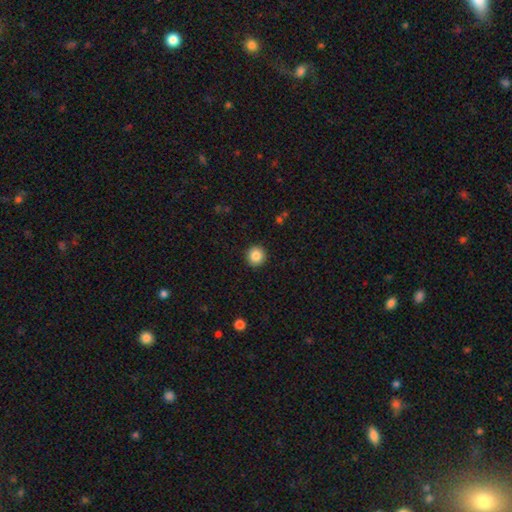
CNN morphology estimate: The model was most divided on "smooth or featured": smooth: 86%, star or artifact: 9%, featured or disk: 5%. More confident: how rounded — round (94%); merging — none (93%).